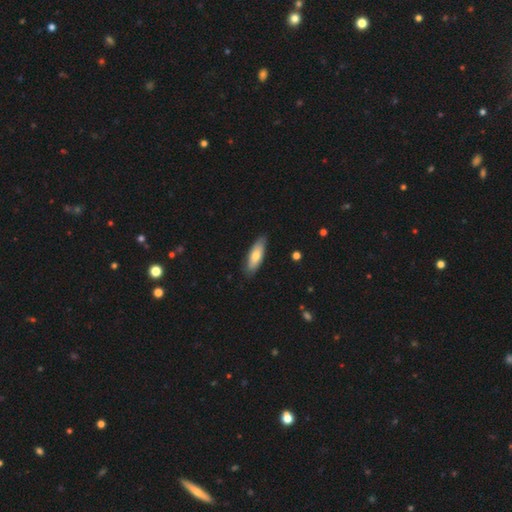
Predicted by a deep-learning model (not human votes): This is likely a smooth galaxy (72%). How rounded: possibly in between (54%). Merging: clearly none (85%).